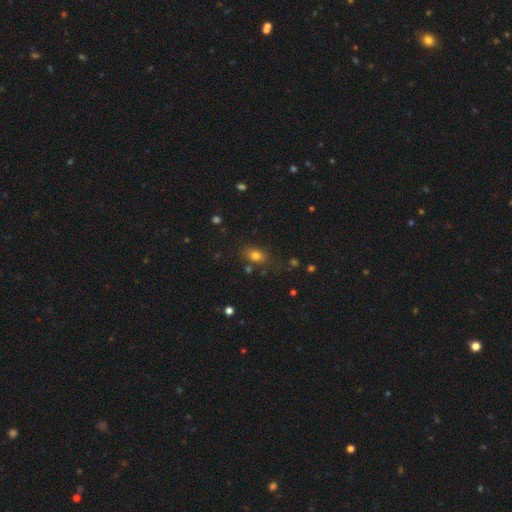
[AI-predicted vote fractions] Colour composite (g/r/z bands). It shows a smooth galaxy with no disk features (77%) that is in between round and cigar-shaped (72%). Merging: none (76%).